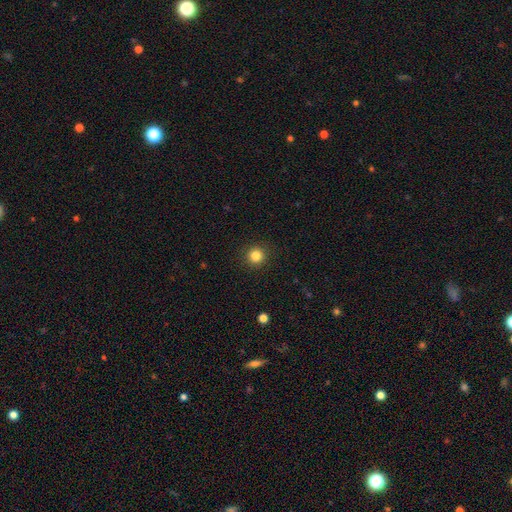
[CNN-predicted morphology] smooth_or_featured: smooth (p=0.84) [alt: star or artifact p=0.12]
how_rounded: round (p=0.95) [alt: in between p=0.04]
merging: none (p=0.92) [alt: minor disturbance p=0.05]